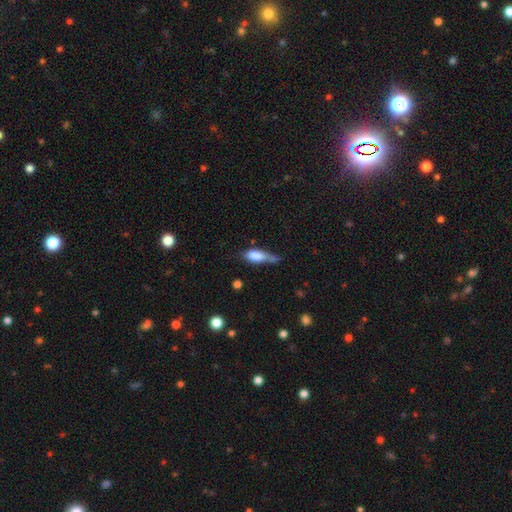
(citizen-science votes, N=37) Smooth or featured? smooth (84%)
How rounded? in between (74%)
Merging? minor disturbance (43%)